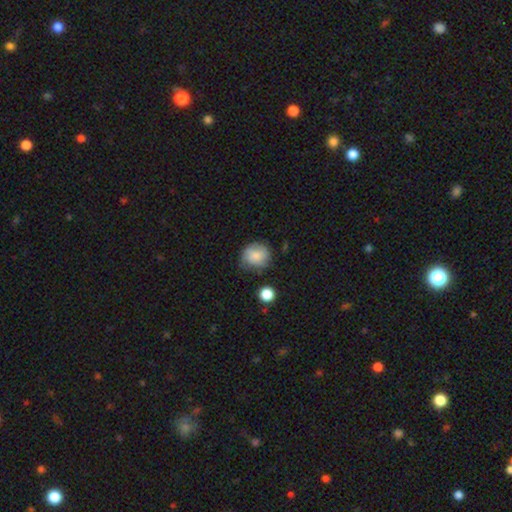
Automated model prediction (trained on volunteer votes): smooth-or-featured: smooth: 81% | featured or disk: 10% | star or artifact: 8%
  how-rounded: round: 79% | in between: 20% | cigar-shaped: 1%
  merging: none: 67% | minor disturbance: 24% | major disturbance: 6% | merger: 3%